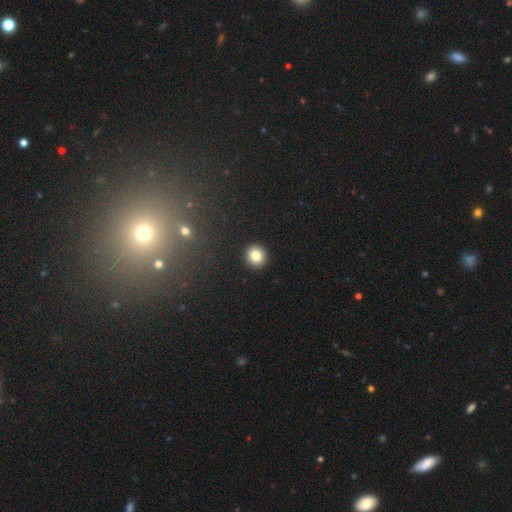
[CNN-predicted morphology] smooth-or-featured: smooth: 83% | star or artifact: 11% | featured or disk: 6%
  how-rounded: round: 92% | in between: 7% | cigar-shaped: 1%
  merging: none: 93% | minor disturbance: 4% | major disturbance: 1% | merger: 1%